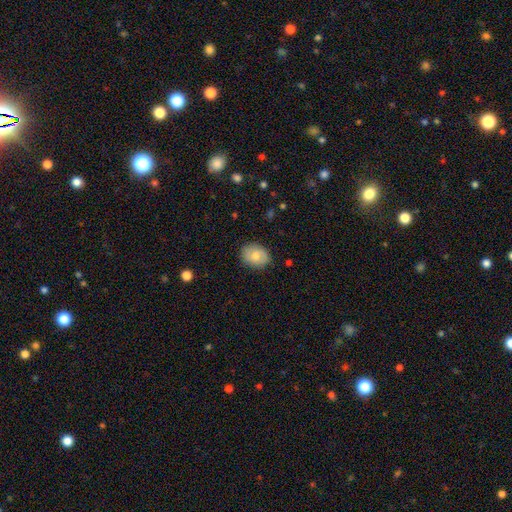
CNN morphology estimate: Smooth or featured? smooth (71%)
How rounded? in between (59%)
Merging? none (84%)